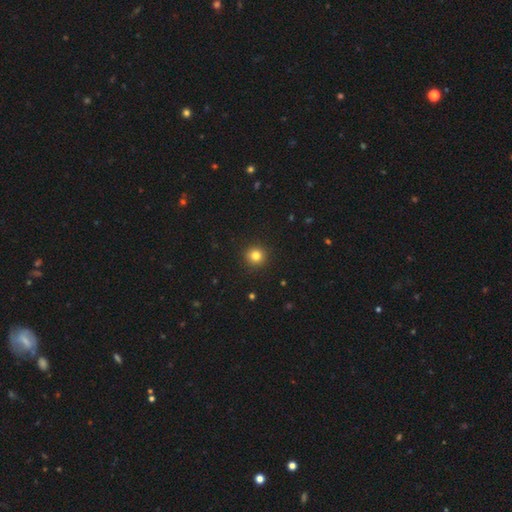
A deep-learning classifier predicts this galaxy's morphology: Smooth or featured: smooth — 82% (star or artifact — 13%)
How rounded: round — 95% (in between — 4%)
Merging: none — 93% (minor disturbance — 5%)